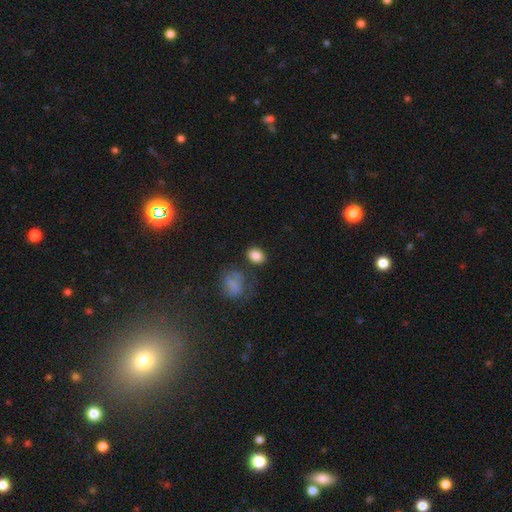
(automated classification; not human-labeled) smooth-or-featured: smooth: 85% | star or artifact: 10% | featured or disk: 6%
  how-rounded: in between: 67% | round: 32% | cigar-shaped: 1%
  merging: none: 77% | minor disturbance: 13% | merger: 6% | major disturbance: 5%